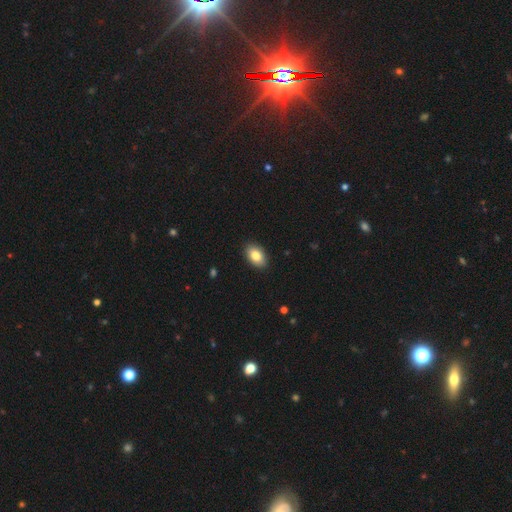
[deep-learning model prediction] This appears to be a smooth galaxy with no disk features (84%) that is in between round and cigar-shaped (91%). Merging: none (90%).